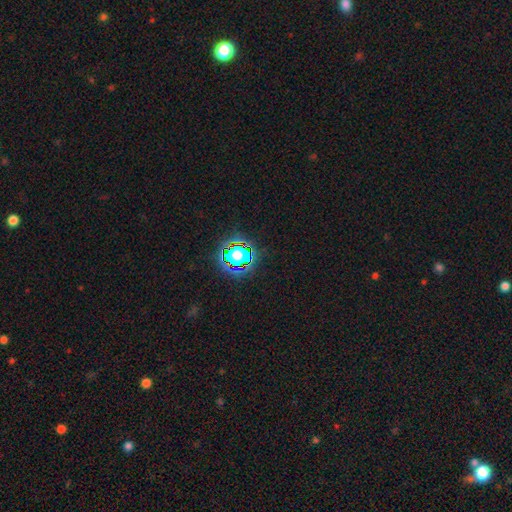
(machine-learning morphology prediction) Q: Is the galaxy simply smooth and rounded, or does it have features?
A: star or artifact — 79%.